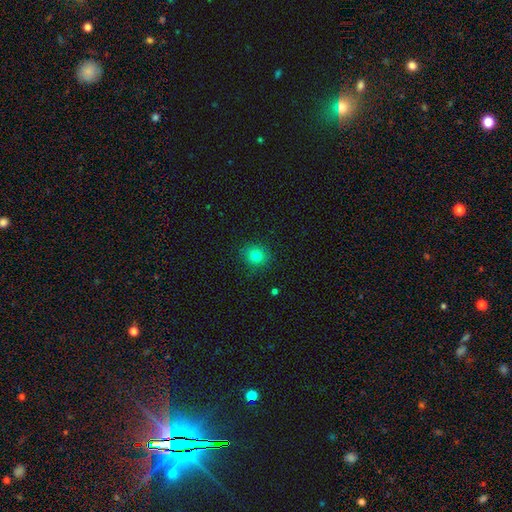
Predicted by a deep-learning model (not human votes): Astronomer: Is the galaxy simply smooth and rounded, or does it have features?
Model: smooth — 79%.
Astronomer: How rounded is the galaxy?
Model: round — 83%.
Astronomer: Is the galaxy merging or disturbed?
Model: none — 89%.